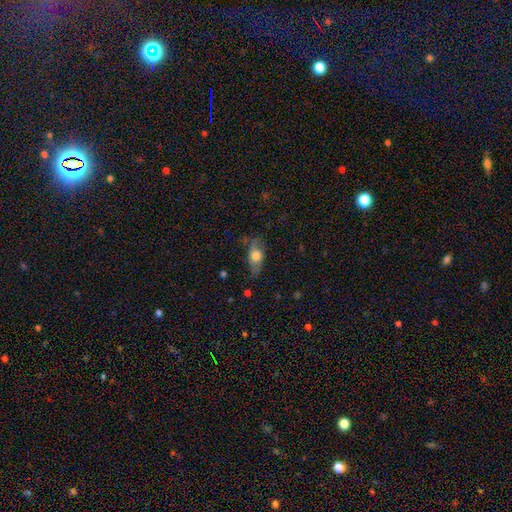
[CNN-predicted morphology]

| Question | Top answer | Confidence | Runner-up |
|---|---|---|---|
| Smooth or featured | smooth | 59% | featured or disk (33%) |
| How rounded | in between | 76% | cigar-shaped (14%) |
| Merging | none | 69% | minor disturbance (22%) |